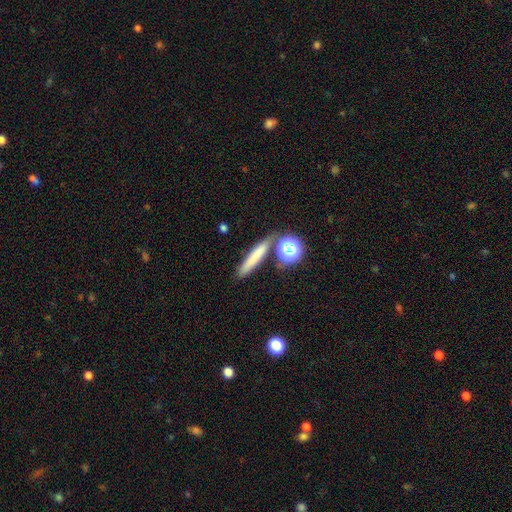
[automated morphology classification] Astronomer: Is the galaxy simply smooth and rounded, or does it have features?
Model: smooth — 73%.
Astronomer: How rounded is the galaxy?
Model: cigar-shaped — 79%.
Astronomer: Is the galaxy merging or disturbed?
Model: none — 76%.